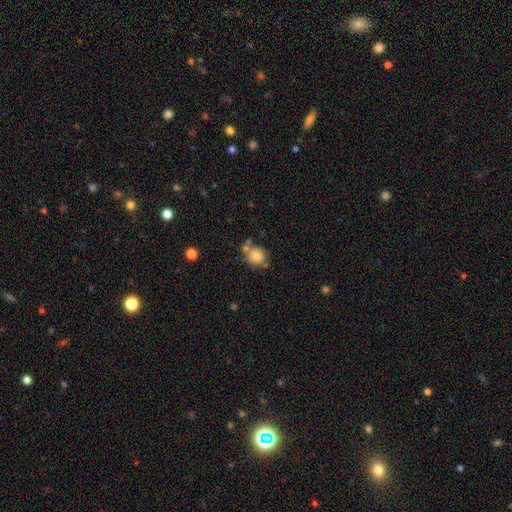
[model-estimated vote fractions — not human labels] Smooth or featured: smooth — 81% (star or artifact — 10%)
How rounded: round — 78% (in between — 21%)
Merging: none — 59% (merger — 21%)